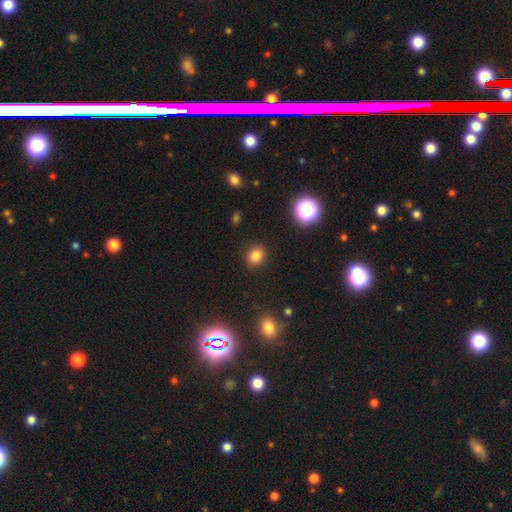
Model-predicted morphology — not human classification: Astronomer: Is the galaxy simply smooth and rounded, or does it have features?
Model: smooth — 81%.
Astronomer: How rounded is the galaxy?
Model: round — 63%.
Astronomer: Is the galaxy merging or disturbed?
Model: none — 89%.